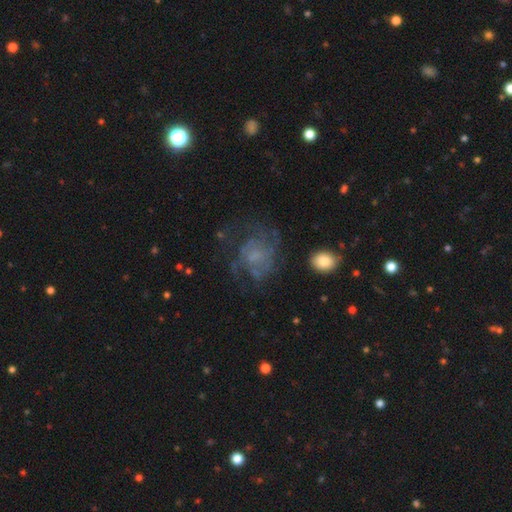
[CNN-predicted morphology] Smooth or featured? Predicted: featured or disk (p=0.60). Edge-on disk? Predicted: no (p=0.98). Bar? Predicted: no (p=0.76). Spiral arms? Predicted: yes (p=0.70). Bulge size? Predicted: none (p=0.41). Merging? Predicted: none (p=0.51).